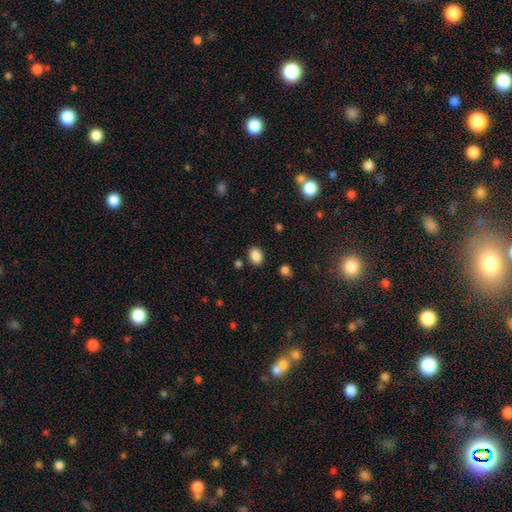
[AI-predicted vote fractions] This appears to be a smooth galaxy with no disk features (86%) that is in between round and cigar-shaped (65%). Merging: none (84%).